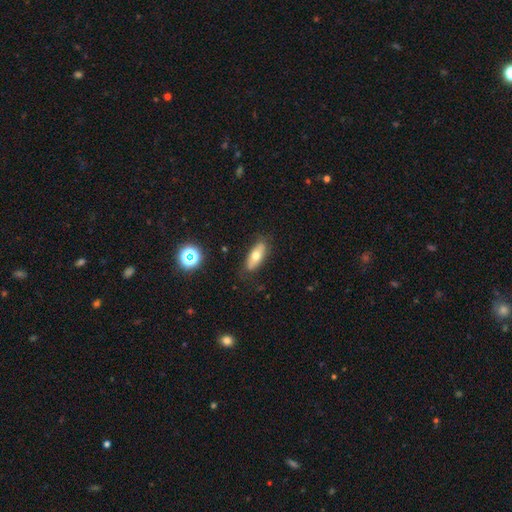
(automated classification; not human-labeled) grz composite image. It shows a smooth galaxy with no disk features (62%) that is in between round and cigar-shaped (73%). Merging: none (80%).